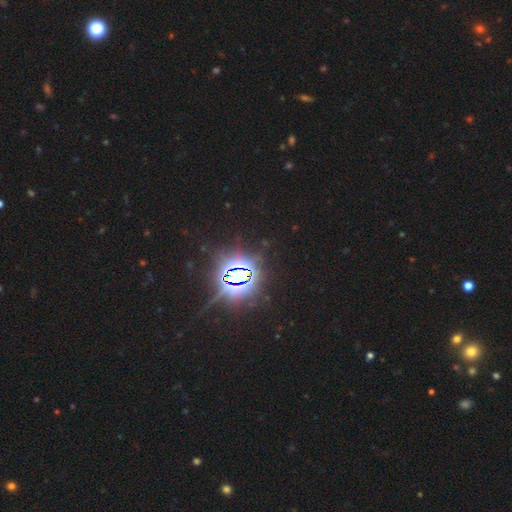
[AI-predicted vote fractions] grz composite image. It shows a star or artifact, not a galaxy (87%).